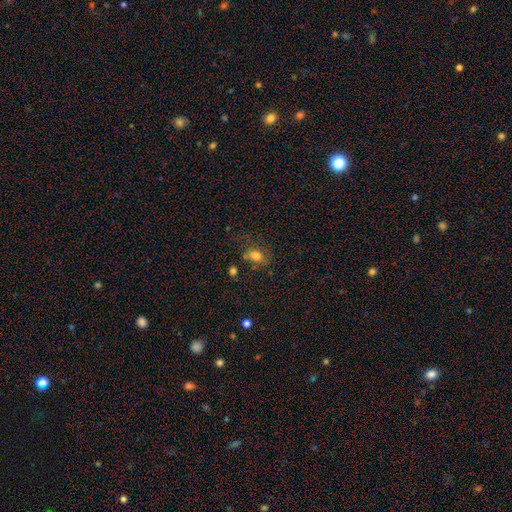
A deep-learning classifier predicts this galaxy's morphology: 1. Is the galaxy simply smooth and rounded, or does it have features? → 78% smooth, 12% star or artifact, 10% featured or disk.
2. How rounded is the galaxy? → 69% in between, 30% round, 2% cigar-shaped.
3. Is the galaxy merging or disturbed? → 58% none, 22% minor disturbance, 12% major disturbance, 7% merger.